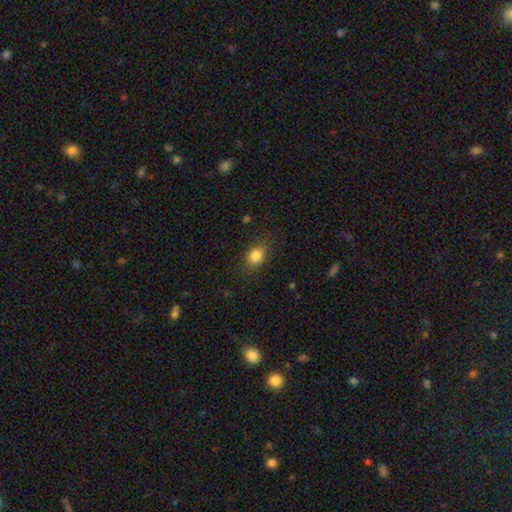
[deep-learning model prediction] A smooth galaxy with no disk features (84%) that is in between round and cigar-shaped (56%).

Vote fractions:
- Smooth or featured? smooth: 84% / star or artifact: 10% / featured or disk: 6%
- How rounded? in between: 56% / round: 42% / cigar-shaped: 2%
- Merging? none: 80% / minor disturbance: 15% / major disturbance: 5% / merger: 1%